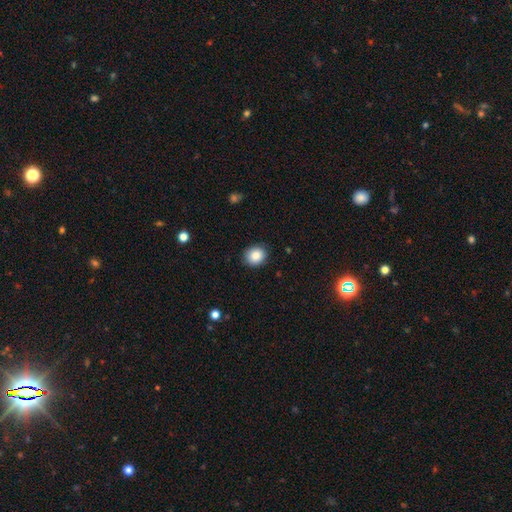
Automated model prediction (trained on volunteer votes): Smooth or featured? Predicted: smooth (p=0.86). How rounded? Predicted: round (p=0.64). Merging? Predicted: none (p=0.89).